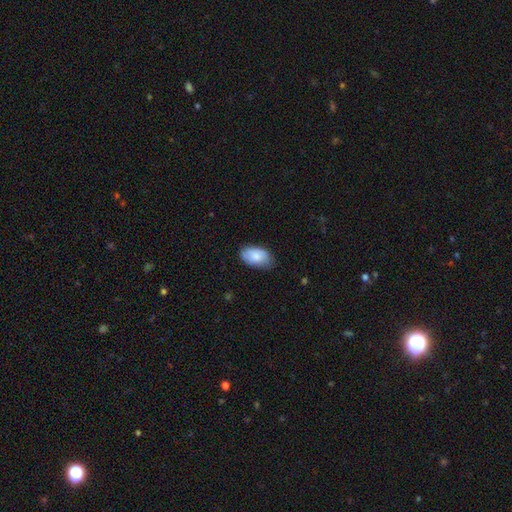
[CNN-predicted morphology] type=smooth (81%); roundness=in between (93%); merging=none (71%).